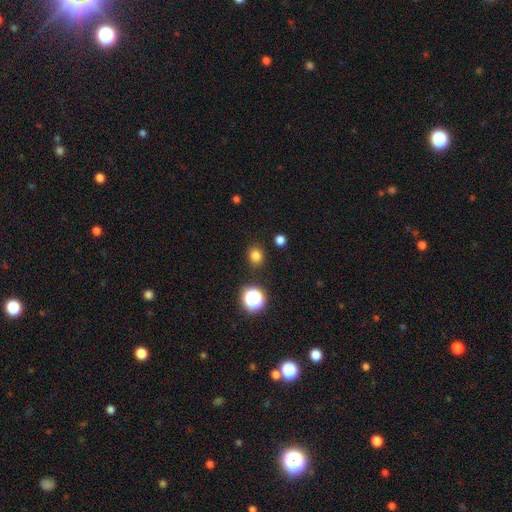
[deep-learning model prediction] A smooth galaxy with no disk features (80%) that is round (77%). Merging: none (87%).